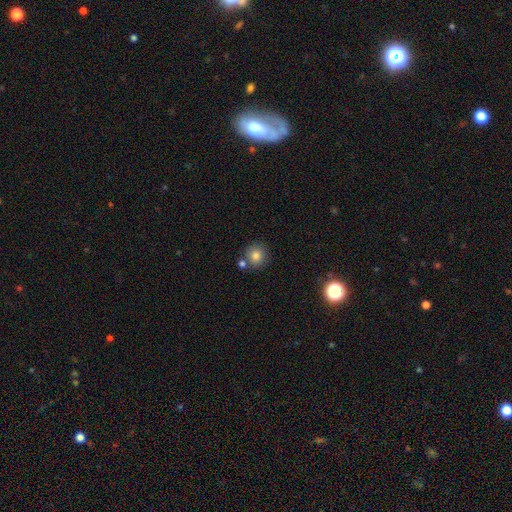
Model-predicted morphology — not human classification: smooth_or_featured: smooth (p=0.80) [alt: star or artifact p=0.11]
how_rounded: round (p=0.92) [alt: in between p=0.07]
merging: none (p=0.73) [alt: merger p=0.15]